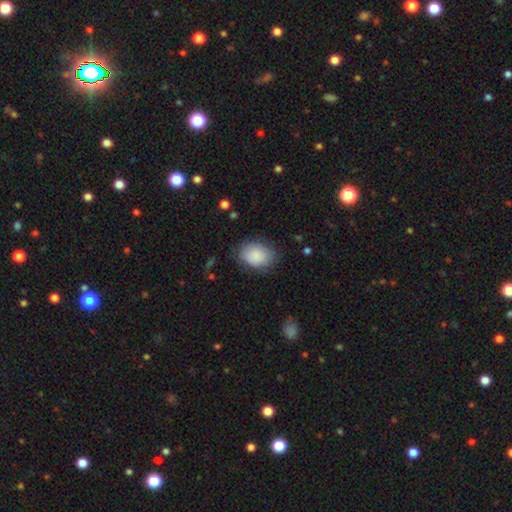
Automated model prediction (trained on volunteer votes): Morphology: type=smooth (87%); roundness=in between (72%); merging=none (77%).